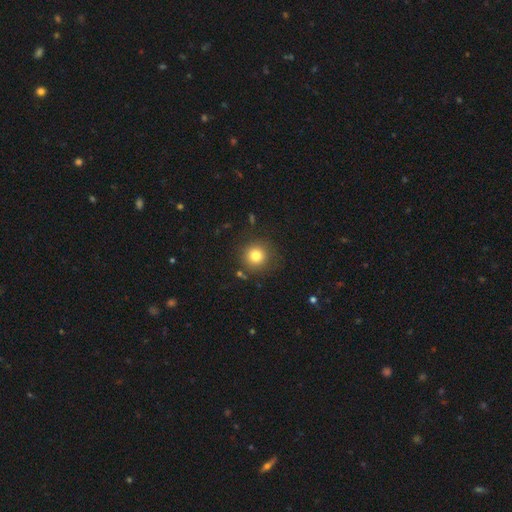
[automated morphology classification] smooth_or_featured: smooth (p=0.80) [alt: star or artifact p=0.12]
how_rounded: round (p=0.94) [alt: in between p=0.05]
merging: none (p=0.87) [alt: minor disturbance p=0.08]